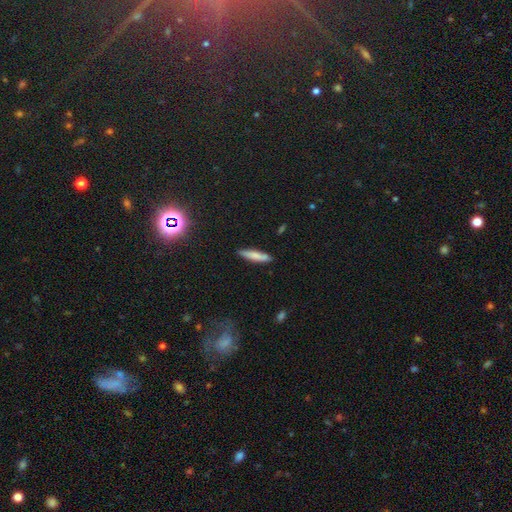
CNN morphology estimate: A smooth galaxy with no disk features (74%) that is cigar-shaped (84%).

Vote fractions:
- Smooth or featured? smooth: 74% / featured or disk: 19% / star or artifact: 8%
- How rounded? cigar-shaped: 84% / in between: 14% / round: 2%
- Merging? none: 84% / minor disturbance: 12% / merger: 2% / major disturbance: 2%